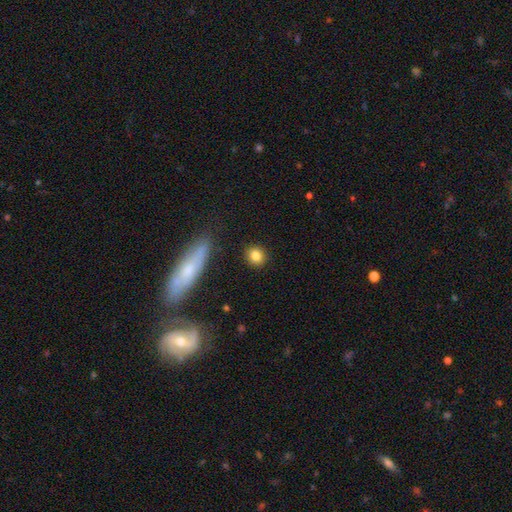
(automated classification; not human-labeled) This appears to be a smooth galaxy with no disk features (83%) that is round (83%). Merging: none (90%).